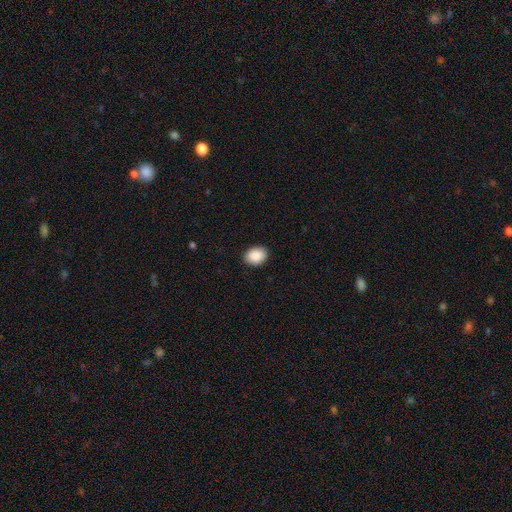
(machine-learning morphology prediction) Q: Smooth or featured?
A: smooth (90%); runner-up: star or artifact (7%)
Q: How rounded?
A: in between (64%); runner-up: round (35%)
Q: Merging?
A: none (90%); runner-up: minor disturbance (8%)